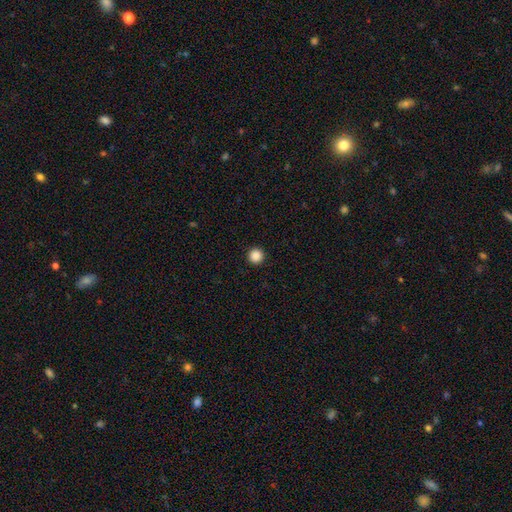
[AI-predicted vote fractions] Smooth or featured? Predicted: smooth (p=0.87). How rounded? Predicted: round (p=0.97). Merging? Predicted: none (p=0.94).